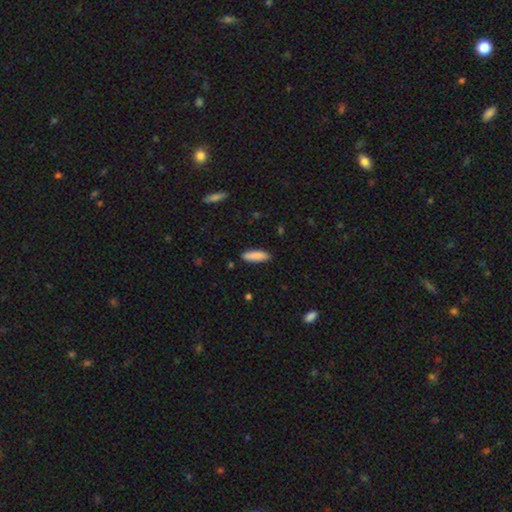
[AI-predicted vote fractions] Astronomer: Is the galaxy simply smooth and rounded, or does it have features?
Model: smooth — 88%.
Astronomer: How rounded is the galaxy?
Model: cigar-shaped — 56% (runner-up: in between, 43%).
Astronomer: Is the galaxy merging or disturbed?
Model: none — 88%.